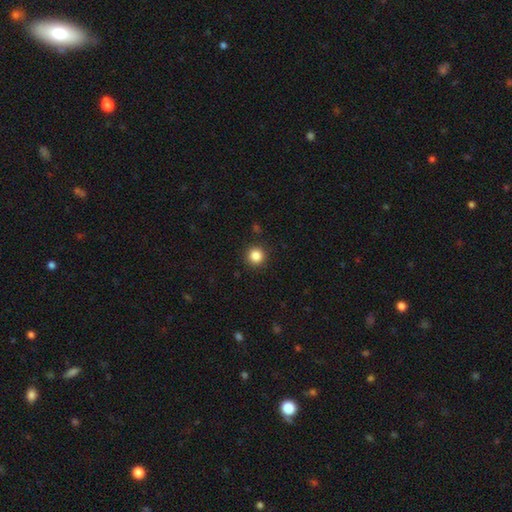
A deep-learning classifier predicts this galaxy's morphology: smooth-or-featured: smooth: 85% | star or artifact: 11% | featured or disk: 4%
  how-rounded: round: 95% | in between: 4% | cigar-shaped: 1%
  merging: none: 92% | minor disturbance: 5% | major disturbance: 2% | merger: 1%